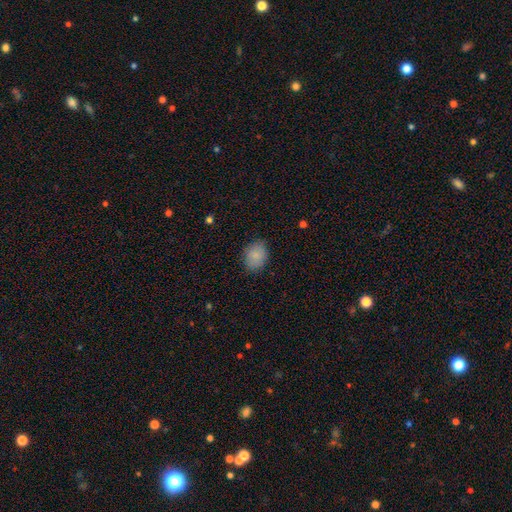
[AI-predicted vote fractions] This appears to be a smooth galaxy with no disk features (87%) that is in between round and cigar-shaped (64%). Merging: none (83%).